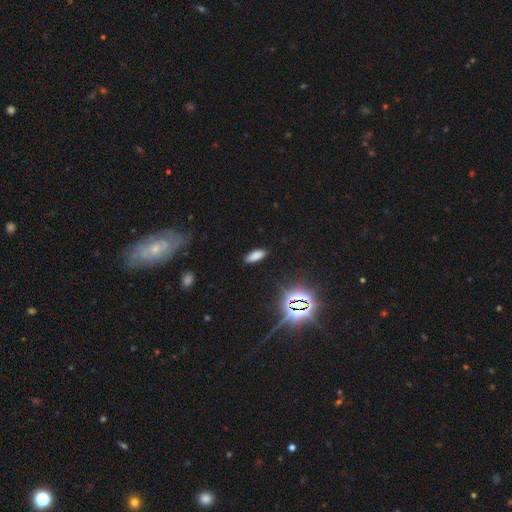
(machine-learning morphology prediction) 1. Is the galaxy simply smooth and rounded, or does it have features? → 75% smooth, 18% star or artifact, 6% featured or disk.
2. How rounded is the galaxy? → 73% in between, 24% cigar-shaped, 2% round.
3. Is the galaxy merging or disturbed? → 87% none, 10% minor disturbance, 2% major disturbance, 1% merger.